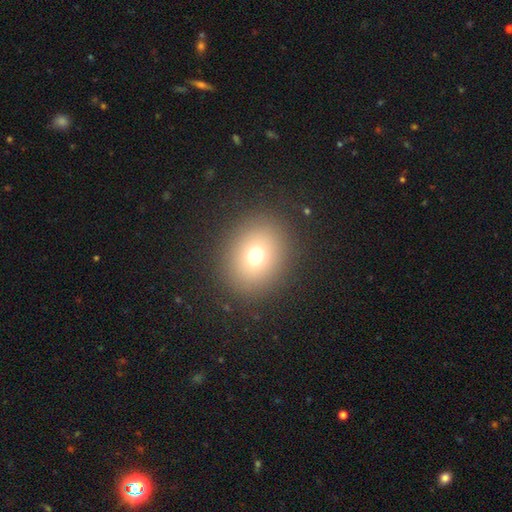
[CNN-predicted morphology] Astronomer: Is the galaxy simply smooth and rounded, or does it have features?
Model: smooth — 70%.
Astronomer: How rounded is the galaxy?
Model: round — 67%.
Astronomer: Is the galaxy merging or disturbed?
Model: none — 87%.